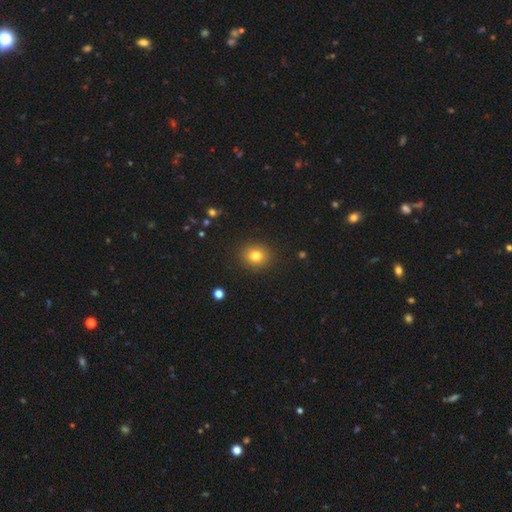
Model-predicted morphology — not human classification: Overall: smooth (80%). How rounded: round (76%). Merging: none (90%).